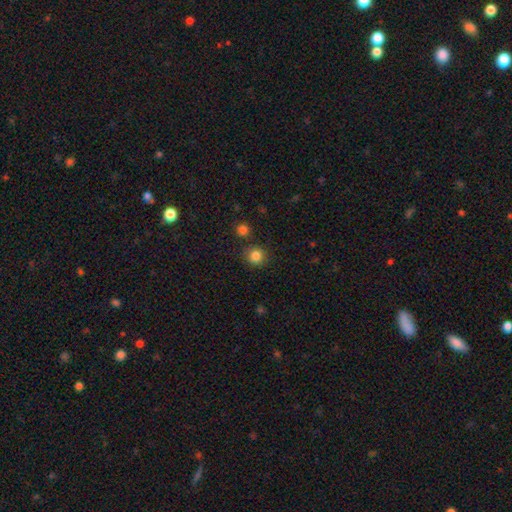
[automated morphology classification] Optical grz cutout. It shows a smooth galaxy with no disk features (84%) that is round (91%). Merging: none (84%).